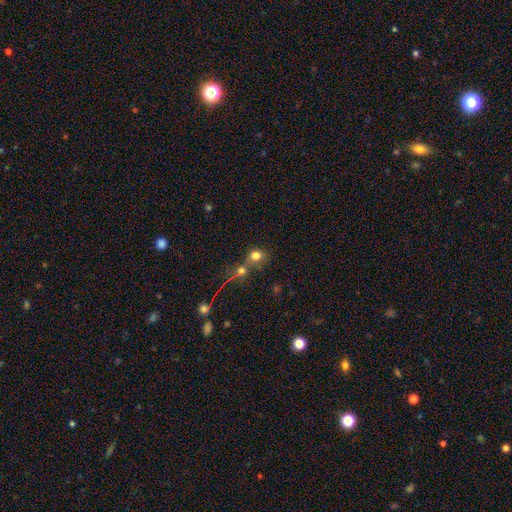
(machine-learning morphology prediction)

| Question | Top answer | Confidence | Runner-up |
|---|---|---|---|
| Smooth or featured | smooth | 74% | star or artifact (16%) |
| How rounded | round | 74% | in between (24%) |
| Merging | none | 43% | merger (42%) |